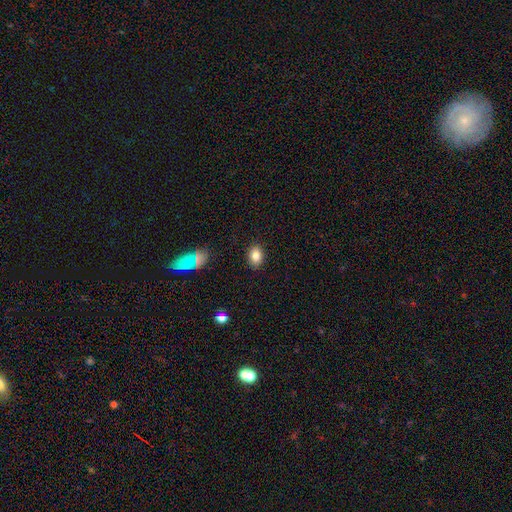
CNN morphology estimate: smooth 83%, star or artifact 9%, featured or disk 8%. Down the decision tree: how rounded — in between (77%); merging — none (88%).